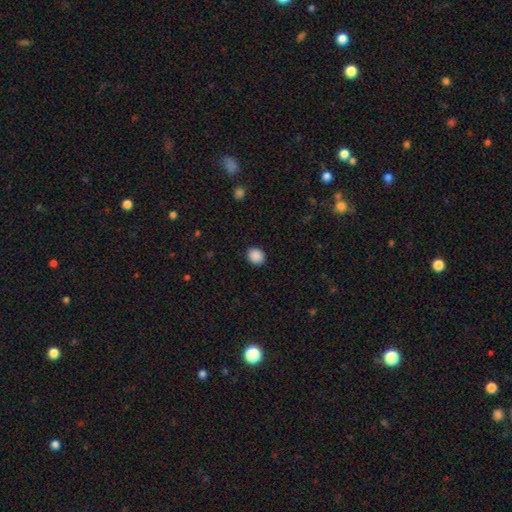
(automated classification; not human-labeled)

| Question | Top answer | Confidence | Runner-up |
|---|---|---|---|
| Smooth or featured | smooth | 89% | star or artifact (8%) |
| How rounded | round | 68% | in between (31%) |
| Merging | none | 91% | minor disturbance (6%) |